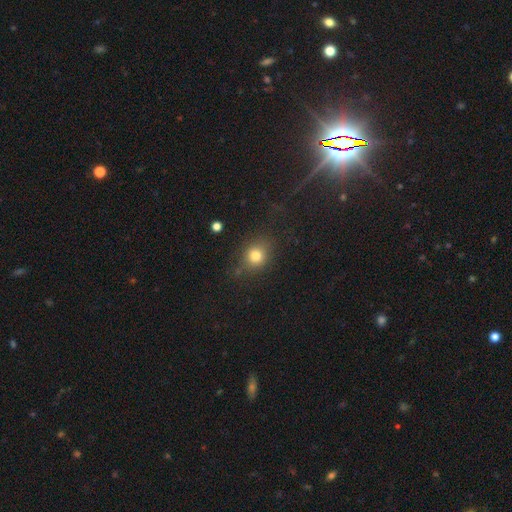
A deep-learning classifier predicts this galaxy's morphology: The model was most divided on "how rounded": round: 64%, in between: 34%, cigar-shaped: 1%. More confident: smooth or featured — smooth (79%); merging — none (75%).